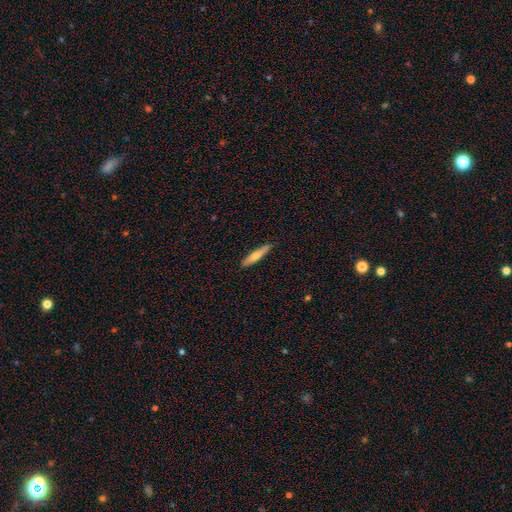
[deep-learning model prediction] smooth 64%, featured or disk 30%, star or artifact 6%. Down the decision tree: how rounded — cigar-shaped (88%); merging — none (90%).